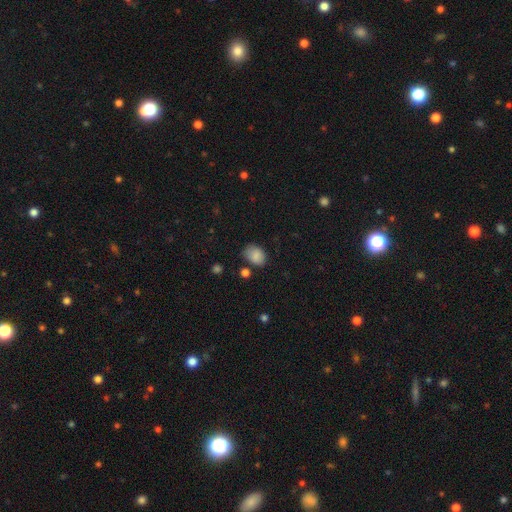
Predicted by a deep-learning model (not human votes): Smooth or featured?
  - smooth: 85% *
  - star or artifact: 9%
  - featured or disk: 6%
How rounded?
  - in between: 65% *
  - round: 34%
  - cigar-shaped: 1%
Merging?
  - none: 64% *
  - minor disturbance: 25%
  - major disturbance: 6%
  - merger: 4%